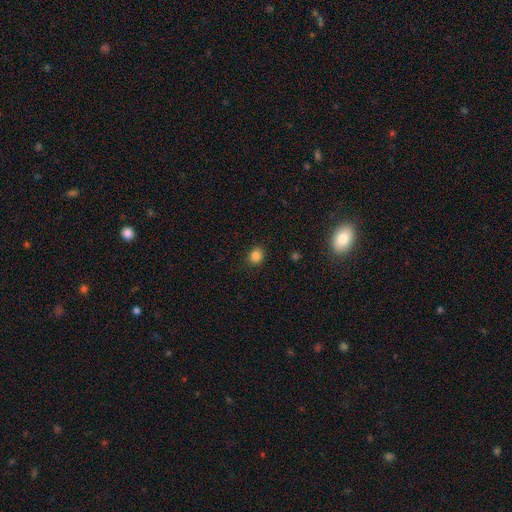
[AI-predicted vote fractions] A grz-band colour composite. It shows a smooth galaxy with no disk features (84%) that is round (70%). Merging: none (89%).